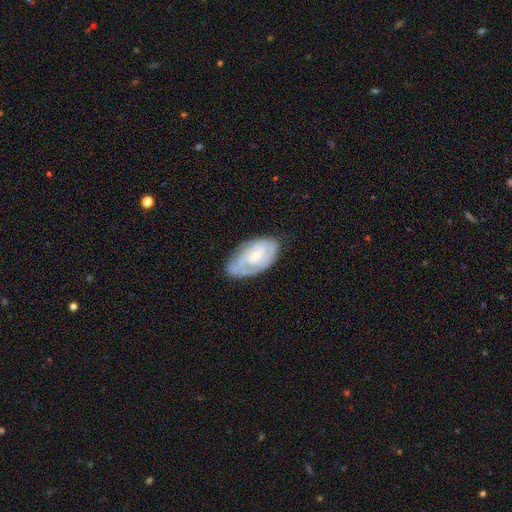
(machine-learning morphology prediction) Overall: featured or disk (65%; smooth 29%). Edge-on disk: no (94%). Bar: no (58%; weak 34%). Spiral arms: yes (77%). Bulge size: small (62%; moderate 31%). Merging: none (62%; minor disturbance 27%).